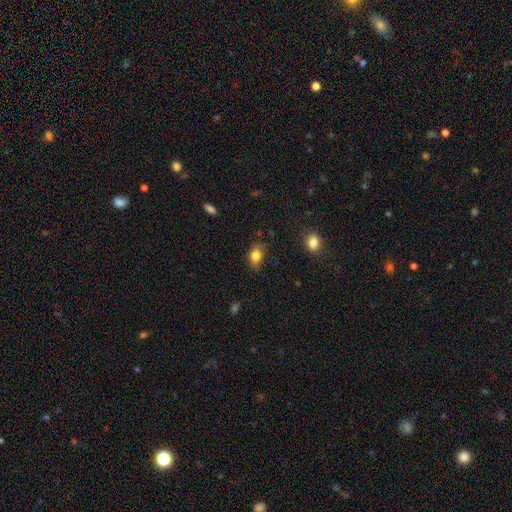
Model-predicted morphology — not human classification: Q: Smooth or featured?
A: smooth (81%); runner-up: star or artifact (10%)
Q: How rounded?
A: in between (71%); runner-up: round (27%)
Q: Merging?
A: none (64%); runner-up: minor disturbance (28%)